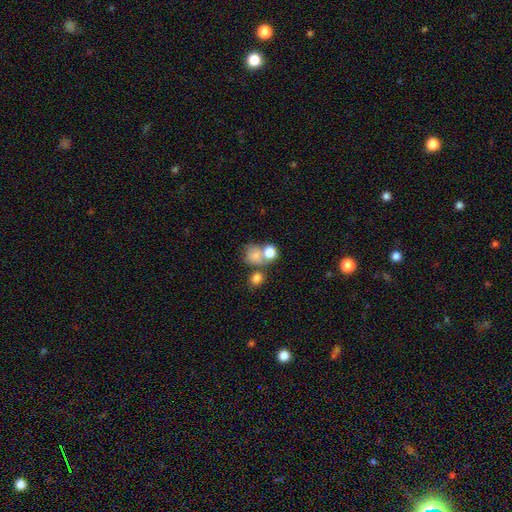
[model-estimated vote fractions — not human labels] Smooth or featured? smooth (74%)
How rounded? round (70%)
Merging? merger (41%, tied with none)